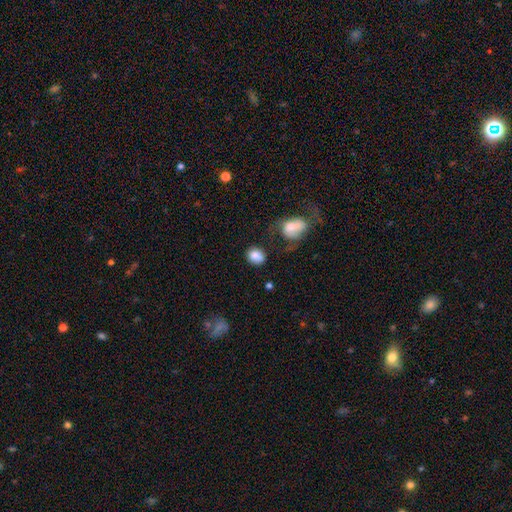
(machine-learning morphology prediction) Smooth or featured: smooth — 85% (star or artifact — 8%)
How rounded: round — 51% (in between — 47%)
Merging: none — 66% (minor disturbance — 17%)